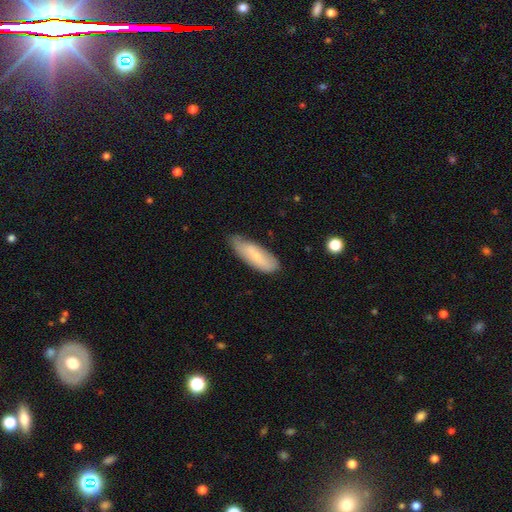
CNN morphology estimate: Smooth or featured: smooth — 67% (featured or disk — 27%)
How rounded: in between — 62% (cigar-shaped — 36%)
Merging: none — 60% (minor disturbance — 32%)